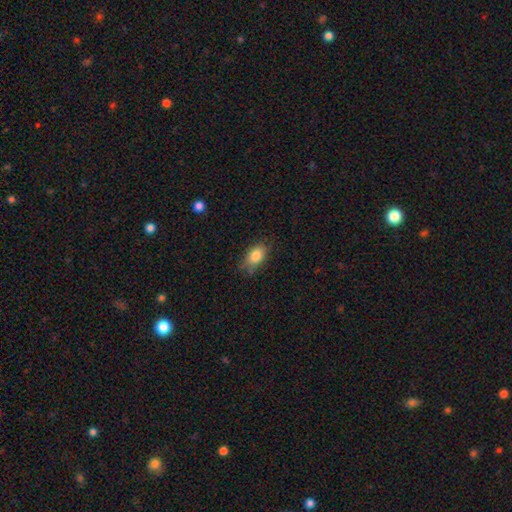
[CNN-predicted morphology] smooth-or-featured: smooth: 83% | featured or disk: 9% | star or artifact: 8%
  how-rounded: in between: 86% | round: 11% | cigar-shaped: 4%
  merging: none: 70% | minor disturbance: 24% | major disturbance: 5% | merger: 2%